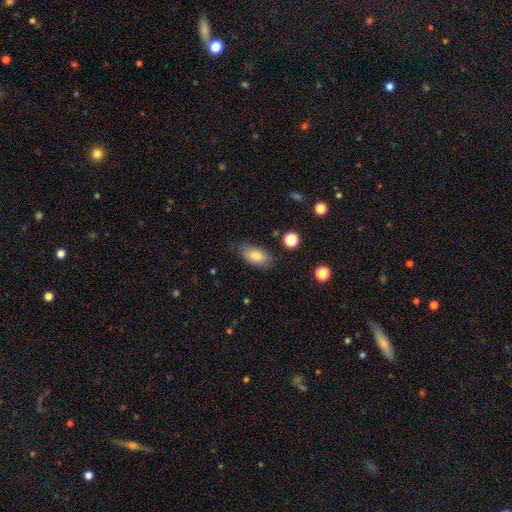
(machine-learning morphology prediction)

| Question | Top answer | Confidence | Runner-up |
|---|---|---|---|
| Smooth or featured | smooth | 82% | featured or disk (11%) |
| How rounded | in between | 91% | cigar-shaped (5%) |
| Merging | none | 74% | minor disturbance (20%) |